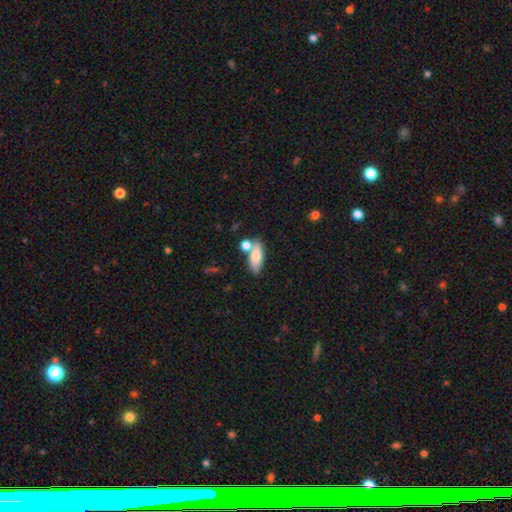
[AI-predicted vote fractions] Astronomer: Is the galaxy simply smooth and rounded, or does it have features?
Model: smooth — 78%.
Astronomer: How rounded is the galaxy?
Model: in between — 75%.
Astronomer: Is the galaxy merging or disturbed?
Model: none — 59%.